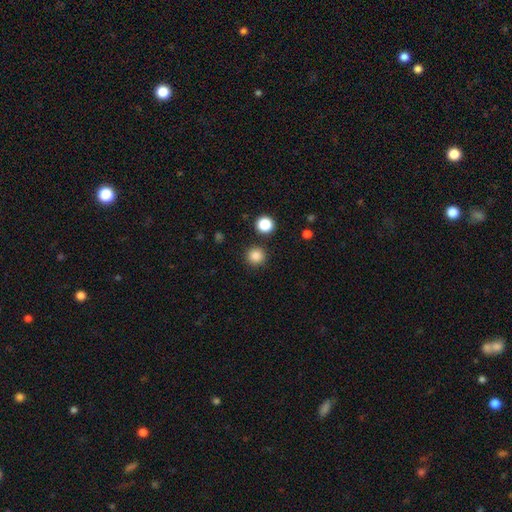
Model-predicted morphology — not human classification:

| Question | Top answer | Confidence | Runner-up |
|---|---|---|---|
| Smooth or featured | smooth | 85% | star or artifact (12%) |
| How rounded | round | 95% | in between (4%) |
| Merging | none | 90% | minor disturbance (5%) |